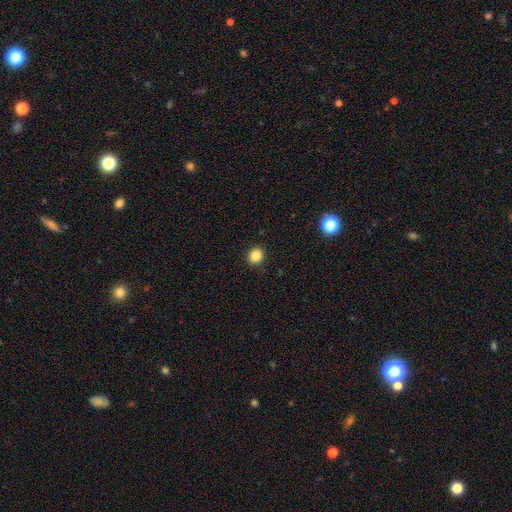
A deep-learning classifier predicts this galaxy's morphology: Smooth or featured: smooth — 86% (star or artifact — 11%)
How rounded: round — 86% (in between — 13%)
Merging: none — 91% (minor disturbance — 6%)